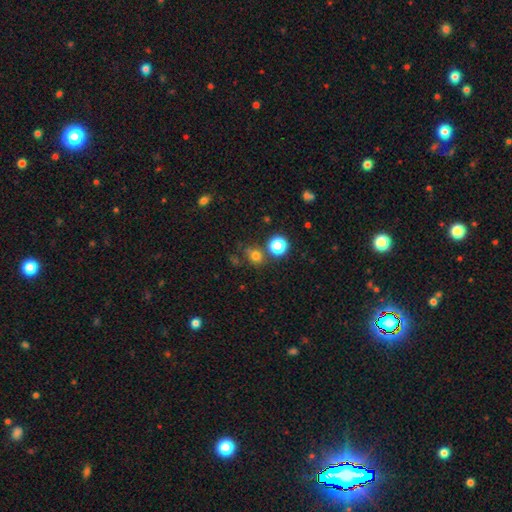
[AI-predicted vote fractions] Morphology: type=smooth (71%); roundness=round (80%); merging=none (70%).